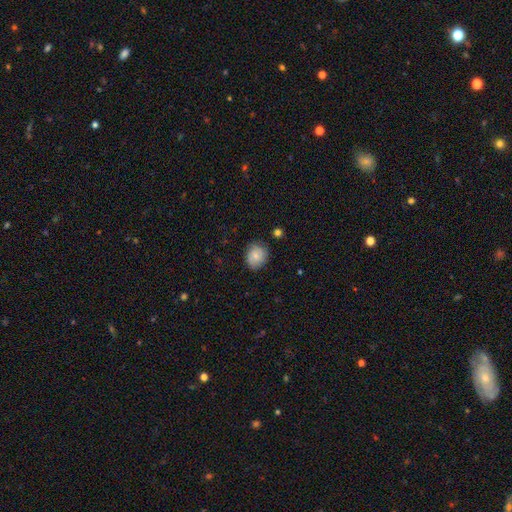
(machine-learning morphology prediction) Q: Smooth or featured?
A: smooth (74%); runner-up: featured or disk (18%)
Q: How rounded?
A: round (68%); runner-up: in between (31%)
Q: Merging?
A: none (76%); runner-up: minor disturbance (19%)